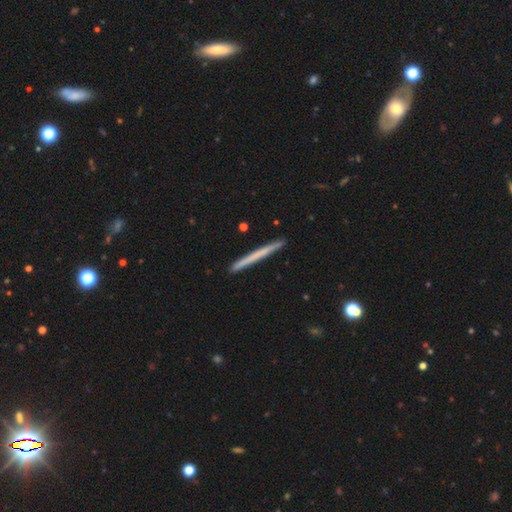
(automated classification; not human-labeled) smooth 56%, featured or disk 39%, star or artifact 5%. Down the decision tree: how rounded — cigar-shaped (97%); merging — none (92%).